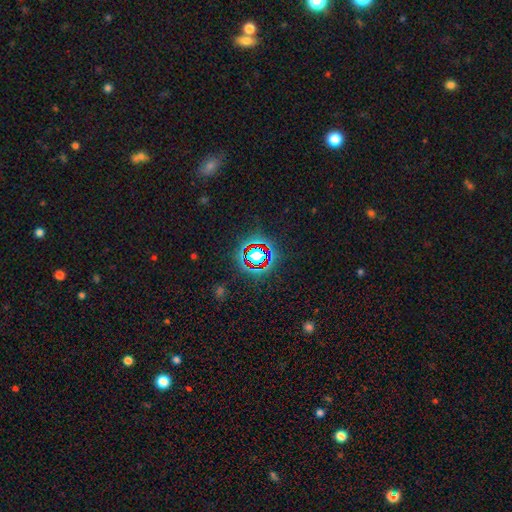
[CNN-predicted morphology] Q: Smooth or featured?
A: star or artifact (70%); runner-up: smooth (19%)